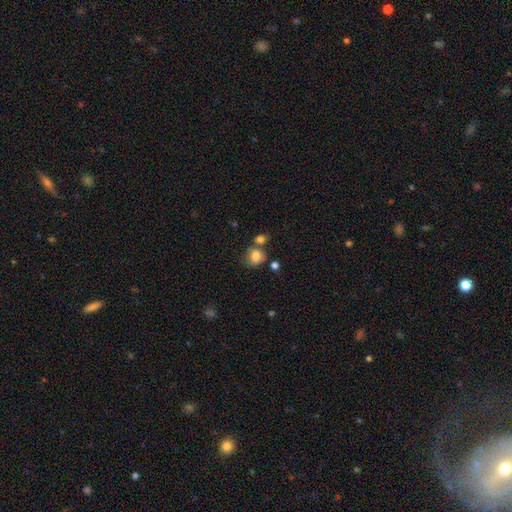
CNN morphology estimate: smooth_or_featured: smooth (p=0.81) [alt: star or artifact p=0.10]
how_rounded: round (p=0.58) [alt: in between p=0.41]
merging: none (p=0.51) [alt: merger p=0.26]